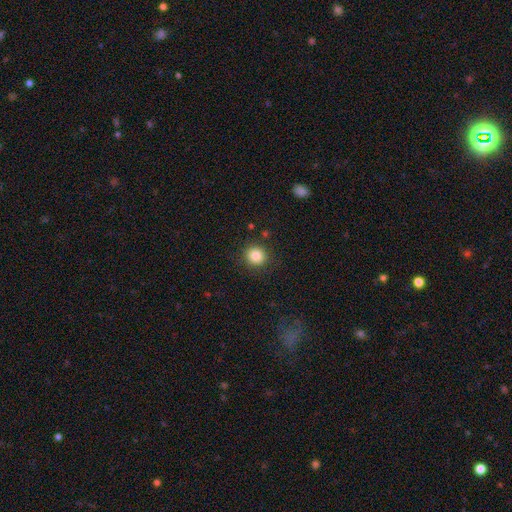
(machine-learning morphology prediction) Smooth or featured? Predicted: smooth (p=0.84). How rounded? Predicted: round (p=0.91). Merging? Predicted: none (p=0.88).